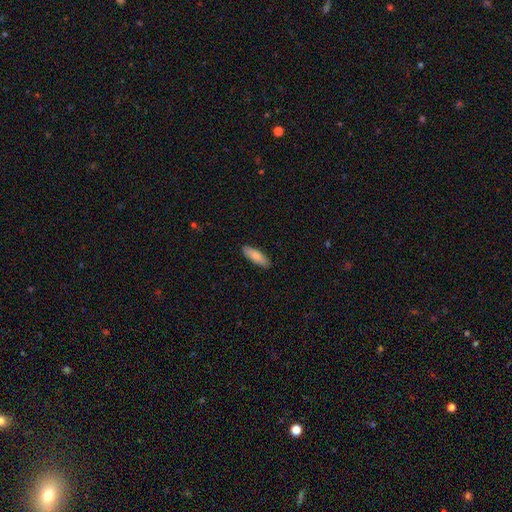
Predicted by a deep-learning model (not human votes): The model was most divided on "how rounded": in between: 57%, cigar-shaped: 41%, round: 2%. More confident: merging — none (89%); smooth or featured — smooth (81%).